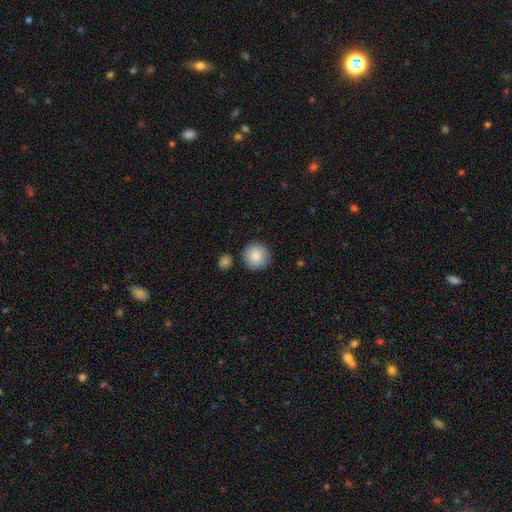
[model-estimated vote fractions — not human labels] Smooth or featured? smooth (86%)
How rounded? round (95%)
Merging? none (86%)